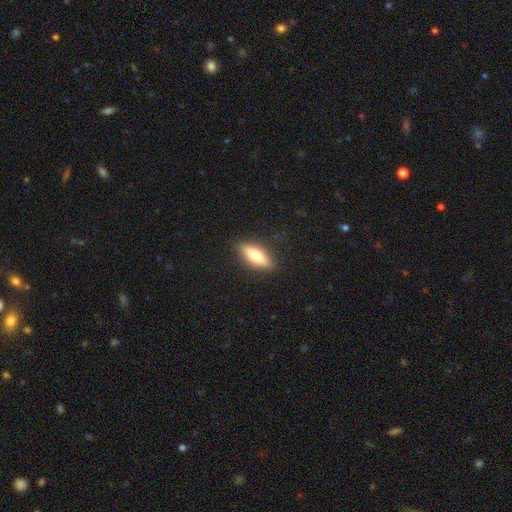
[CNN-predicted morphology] Smooth or featured? Predicted: smooth (p=0.62). How rounded? Predicted: in between (p=0.59). Merging? Predicted: none (p=0.88).